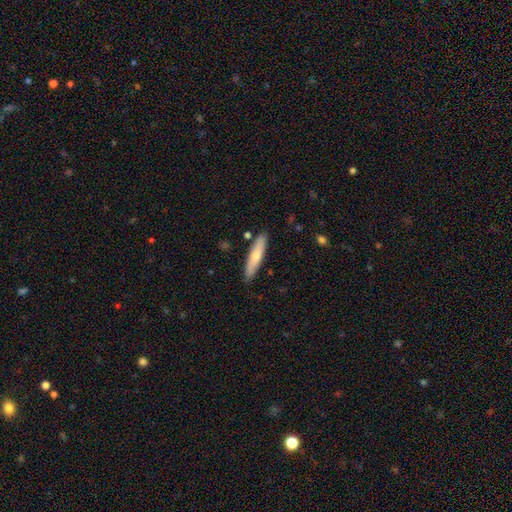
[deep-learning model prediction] This appears to be a smooth galaxy with no disk features (68%) that is cigar-shaped (81%). Merging: none (86%).